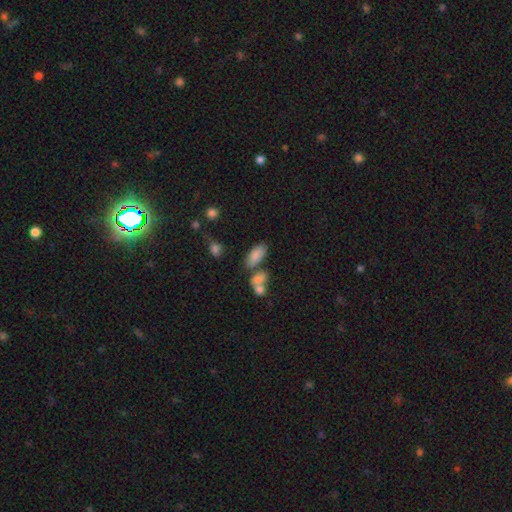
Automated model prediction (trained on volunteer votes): This is clearly a smooth galaxy (81%). How rounded: clearly in between (89%). Merging: possibly none (55%).